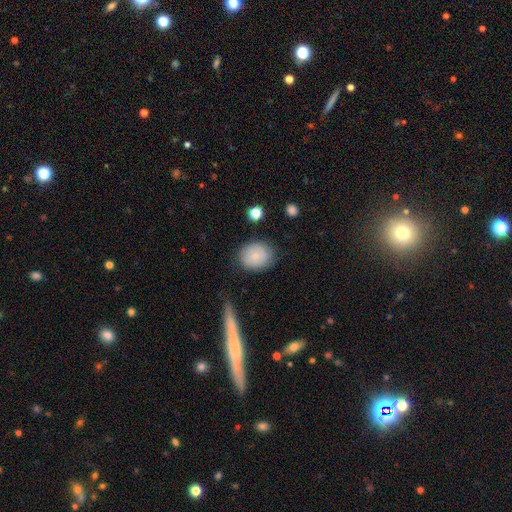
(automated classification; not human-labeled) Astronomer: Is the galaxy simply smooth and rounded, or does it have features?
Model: smooth — 81%.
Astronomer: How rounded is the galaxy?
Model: round — 63%.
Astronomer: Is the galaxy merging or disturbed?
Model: none — 80%.